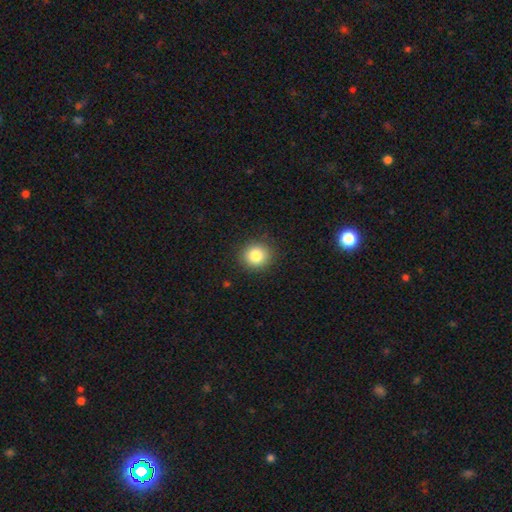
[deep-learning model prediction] smooth_or_featured: smooth (p=0.84) [alt: star or artifact p=0.10]
how_rounded: round (p=0.89) [alt: in between p=0.10]
merging: none (p=0.90) [alt: minor disturbance p=0.07]